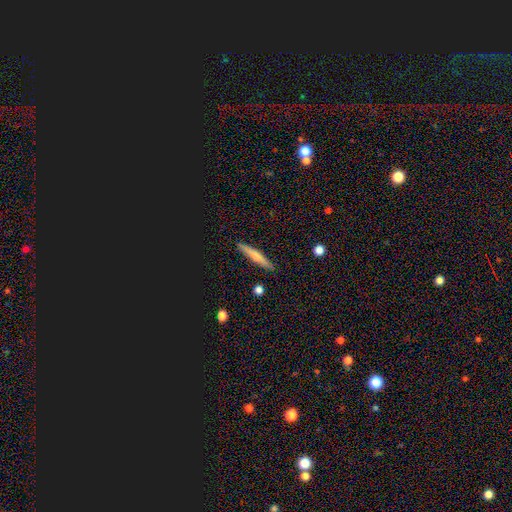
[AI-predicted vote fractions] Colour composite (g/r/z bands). It shows a smooth galaxy with no disk features (54%) that is cigar-shaped (93%). Merging: none (90%).